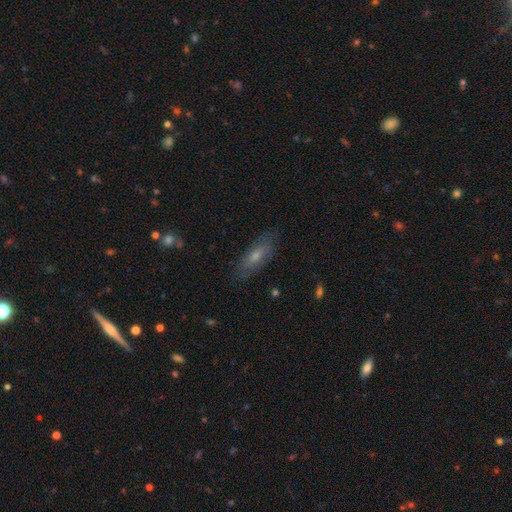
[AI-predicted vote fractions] Smooth or featured? Predicted: featured or disk (p=0.44). Merging? Predicted: none (p=0.81).